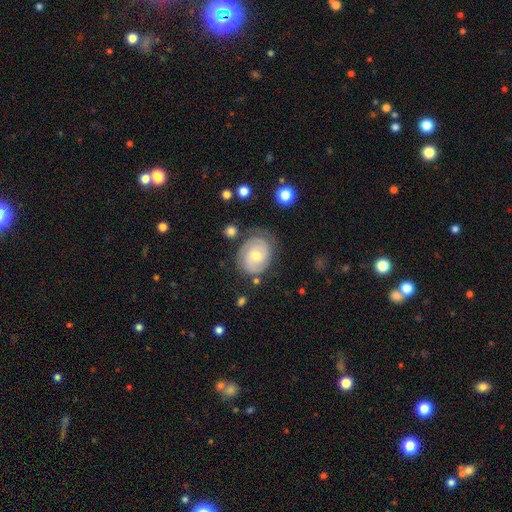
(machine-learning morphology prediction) A featured or disk galaxy (73%) with no bar (67%), 2 (62%) tight (68%) spiral arms (91%) and a moderate central bulge (59%).

Vote fractions:
- Smooth or featured? featured or disk: 73% / smooth: 20% / star or artifact: 7%
- Edge-on disk? no: 97% / yes: 3%
- Bar? no: 67% / weak: 28% / strong: 5%
- Spiral arms? yes: 91% / no: 9%
- Spiral winding? tight: 68% / medium: 25% / loose: 7%
- Spiral arm count? 2: 62% / can't tell: 21% / 3: 8% / 1: 5% / 4: 2% / more than 4: 2%
- Bulge size? moderate: 59% / small: 37% / large: 2% / none: 1% / dominant: 1%
- Merging? none: 70% / minor disturbance: 19% / major disturbance: 8% / merger: 3%